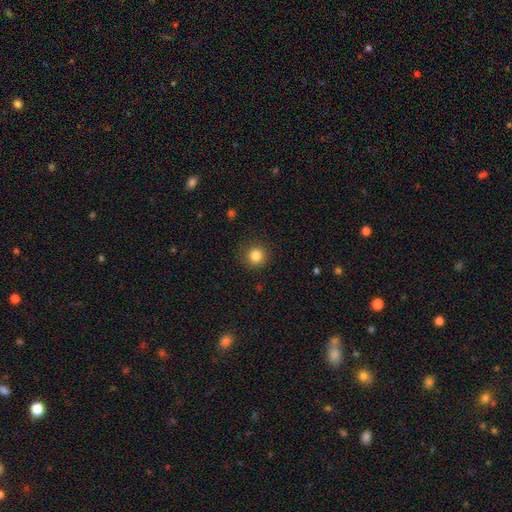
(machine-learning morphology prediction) Smooth or featured? smooth (83%)
How rounded? round (94%)
Merging? none (89%)